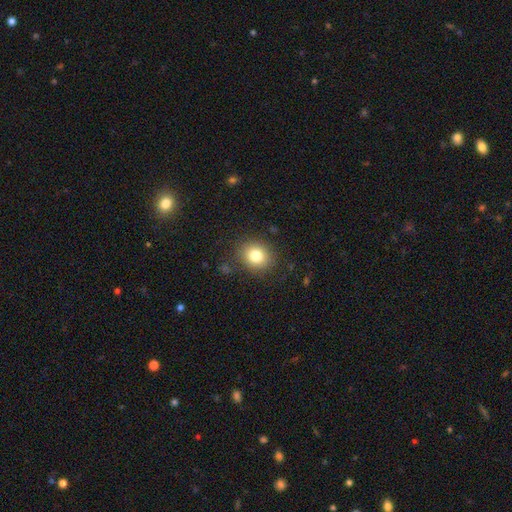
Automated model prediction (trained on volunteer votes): Overall: smooth (80%). How rounded: round (74%). Merging: none (85%).